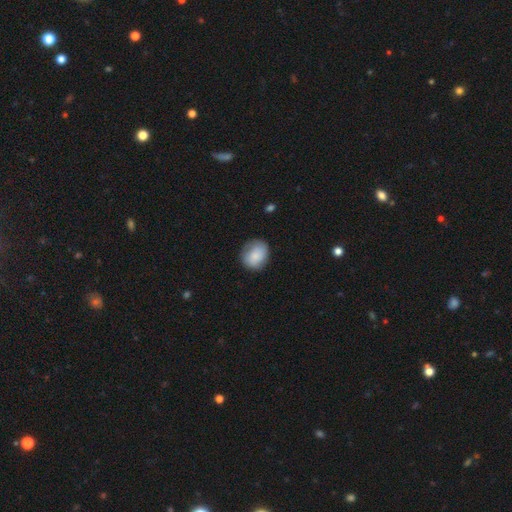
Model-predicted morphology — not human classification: Smooth or featured? smooth (80%)
How rounded? round (66%)
Merging? none (69%)